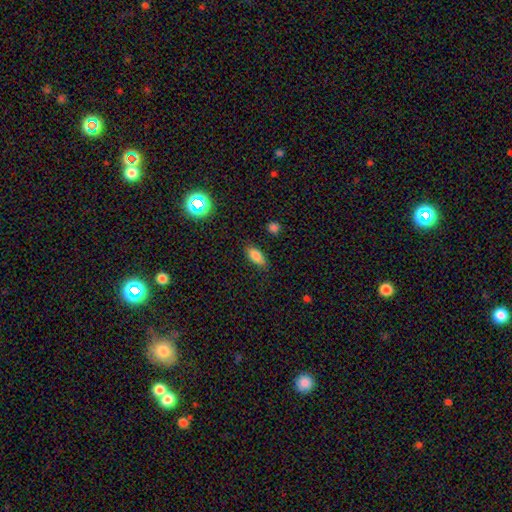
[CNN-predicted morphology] smooth_or_featured: smooth (p=0.80) [alt: star or artifact p=0.11]
how_rounded: in between (p=0.83) [alt: cigar-shaped p=0.13]
merging: none (p=0.82) [alt: minor disturbance p=0.13]